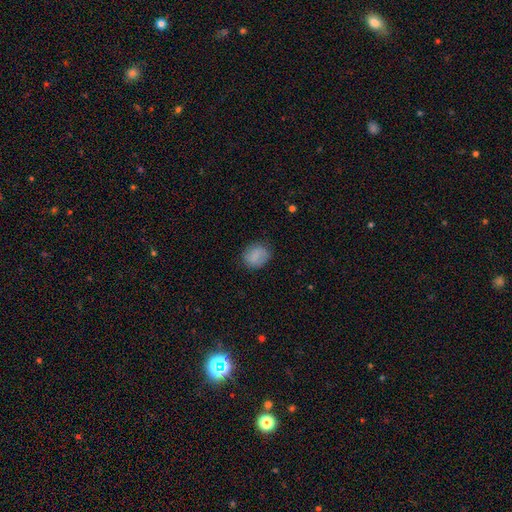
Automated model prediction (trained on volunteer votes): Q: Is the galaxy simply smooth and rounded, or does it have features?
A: smooth — 83%.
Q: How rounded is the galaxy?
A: round — 60%.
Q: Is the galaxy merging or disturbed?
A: none — 78%.